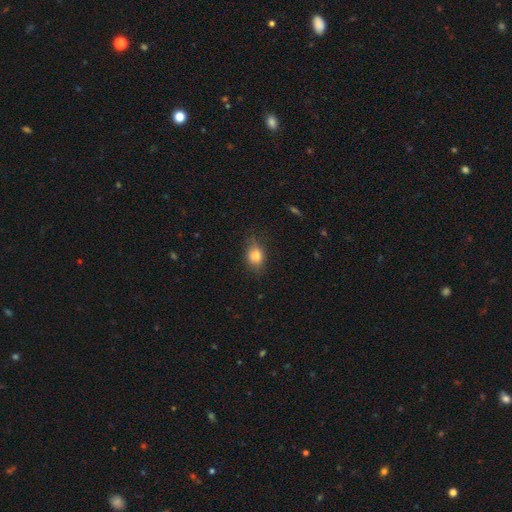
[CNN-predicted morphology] Smooth or featured: smooth — 78% (featured or disk — 12%)
How rounded: in between — 62% (round — 36%)
Merging: none — 71% (minor disturbance — 23%)